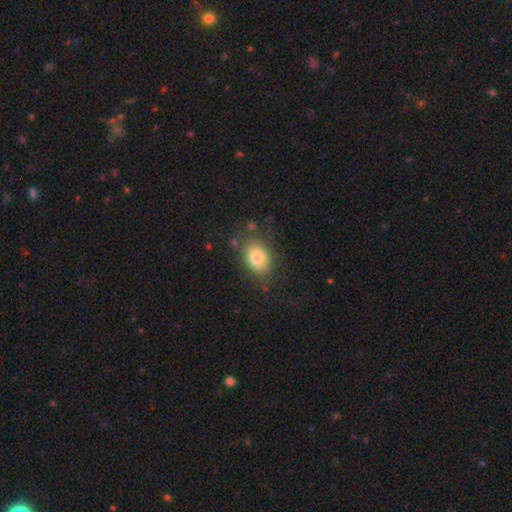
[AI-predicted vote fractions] smooth 79%, featured or disk 12%, star or artifact 9%. Down the decision tree: how rounded — in between (74%); merging — none (68%).